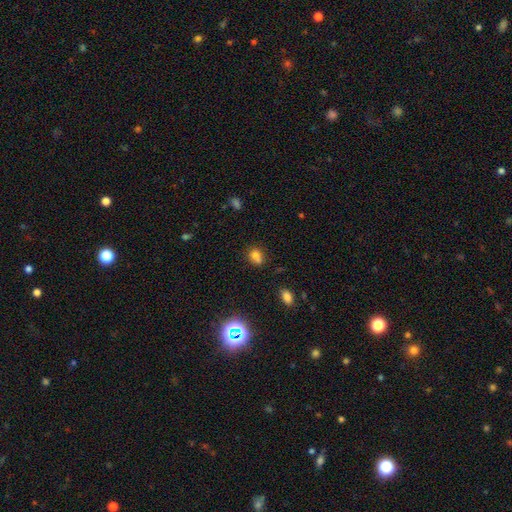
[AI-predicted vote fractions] Overall: smooth (74%). How rounded: round (50%; in between 48%). Merging: none (51%; merger 27%).